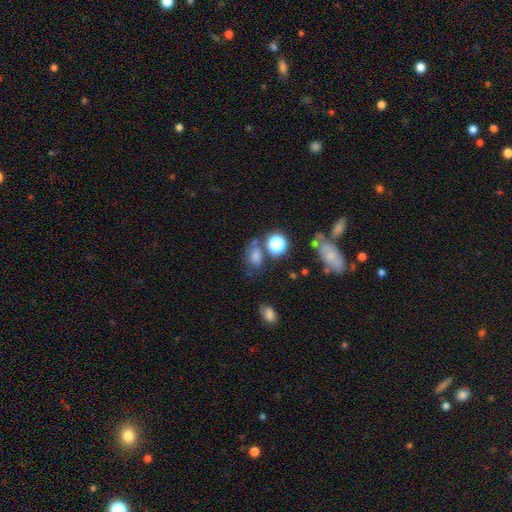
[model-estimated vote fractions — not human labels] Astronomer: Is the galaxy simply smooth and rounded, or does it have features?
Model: smooth — 68%.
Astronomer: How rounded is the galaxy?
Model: in between — 63%.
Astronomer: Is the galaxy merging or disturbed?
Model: none — 52%.